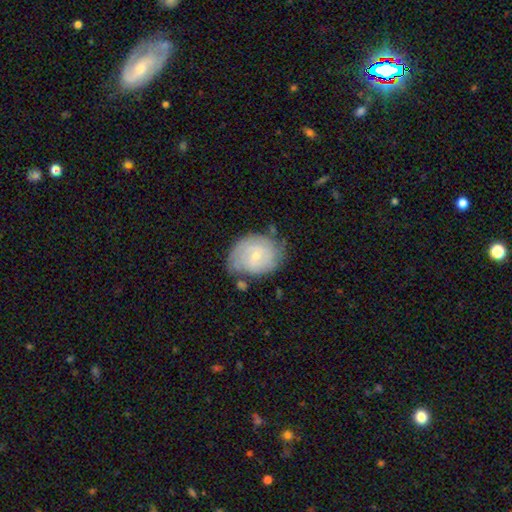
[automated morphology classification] This appears to be a featured or disk galaxy (62%) with no bar (54%), tight (68%) spiral arms (83%) and a small central bulge (70%). Merging: none (61%).